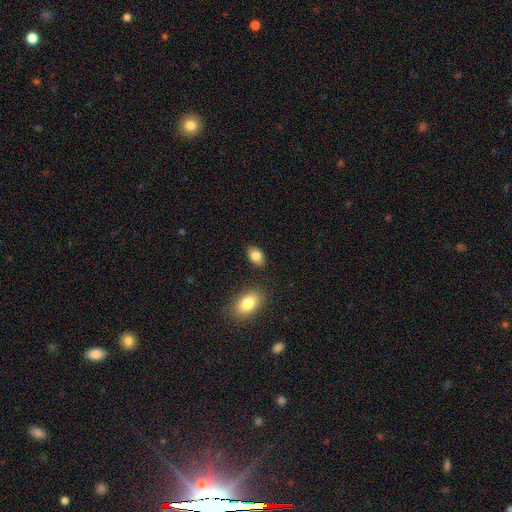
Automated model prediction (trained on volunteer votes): Morphology: type=smooth (85%); roundness=in between (89%); merging=none (83%).